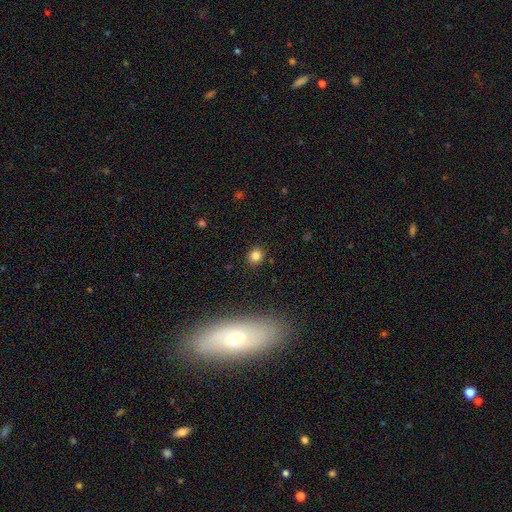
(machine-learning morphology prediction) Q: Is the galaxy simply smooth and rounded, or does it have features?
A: smooth — 82%.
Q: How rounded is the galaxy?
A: round — 80%.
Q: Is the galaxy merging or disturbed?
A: none — 89%.